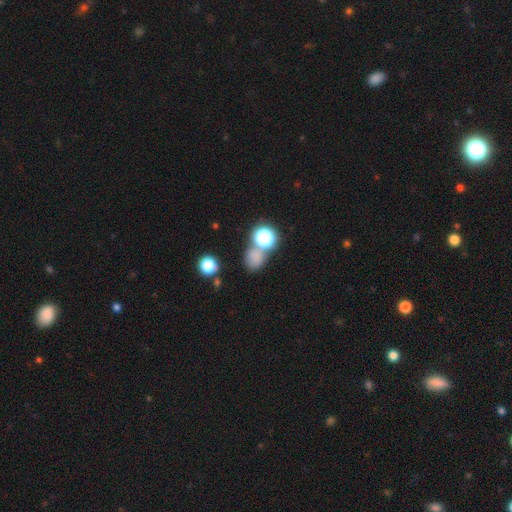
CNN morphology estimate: smooth 65%, star or artifact 27%, featured or disk 8%. Down the decision tree: how rounded — round (60%); merging — none (54%).